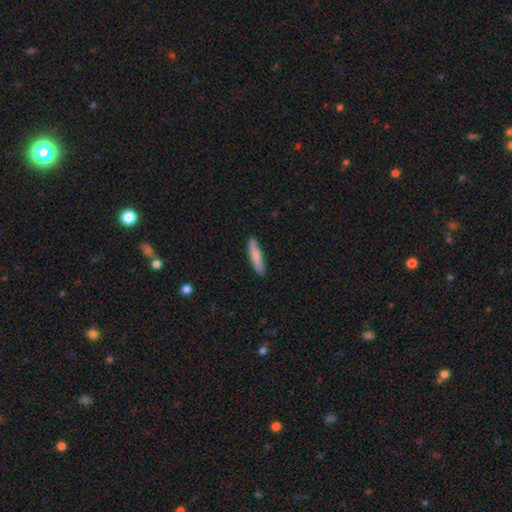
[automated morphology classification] The model was most divided on "smooth or featured": smooth: 79%, featured or disk: 16%, star or artifact: 5%. More confident: merging — none (88%); how rounded — cigar-shaped (83%).